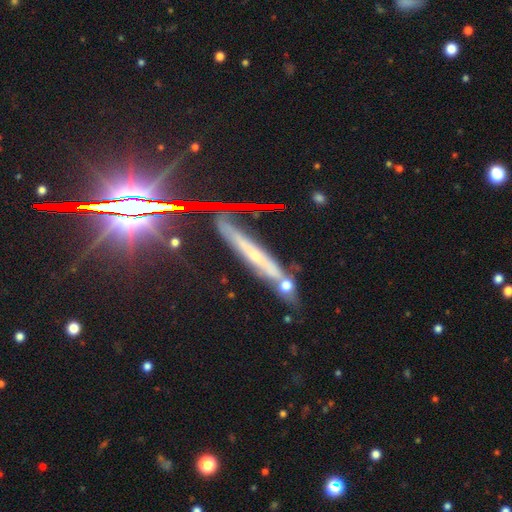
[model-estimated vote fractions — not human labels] smooth_or_featured: featured or disk (p=0.55) [alt: star or artifact p=0.25]
disk_edge_on: yes (p=0.82) [alt: no p=0.18]
merging: none (p=0.70) [alt: minor disturbance p=0.16]